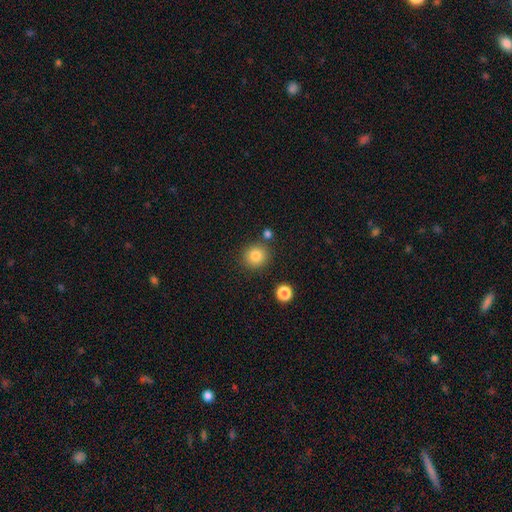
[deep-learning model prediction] smooth 83%, star or artifact 11%, featured or disk 6%. Down the decision tree: how rounded — round (89%); merging — none (83%).